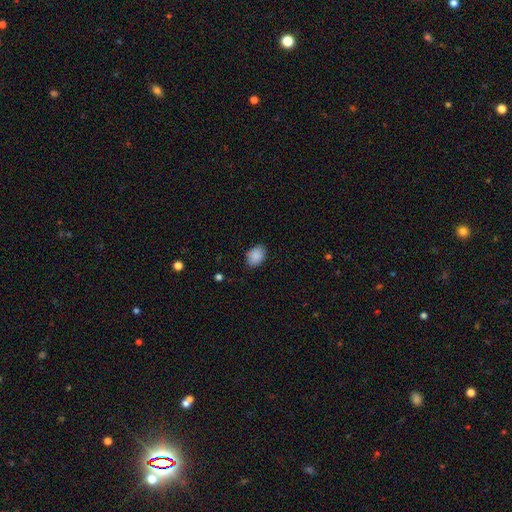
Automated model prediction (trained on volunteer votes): smooth-or-featured: smooth: 88% | star or artifact: 7% | featured or disk: 5%
  how-rounded: in between: 79% | round: 20% | cigar-shaped: 1%
  merging: none: 84% | minor disturbance: 13% | major disturbance: 3% | merger: 1%